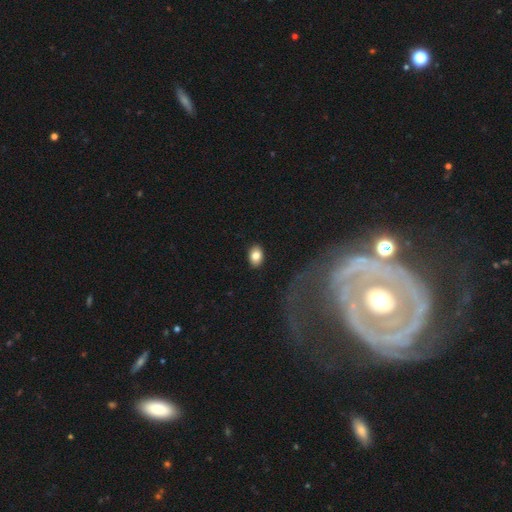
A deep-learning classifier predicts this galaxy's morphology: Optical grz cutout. It shows a smooth galaxy with no disk features (81%) that is in between round and cigar-shaped (78%). Merging: none (88%).